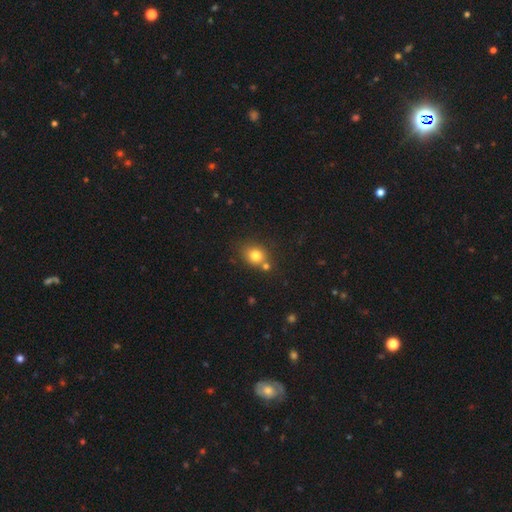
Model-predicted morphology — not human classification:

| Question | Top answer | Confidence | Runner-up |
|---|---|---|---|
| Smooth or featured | smooth | 78% | star or artifact (13%) |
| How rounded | round | 67% | in between (32%) |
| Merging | none | 63% | merger (22%) |